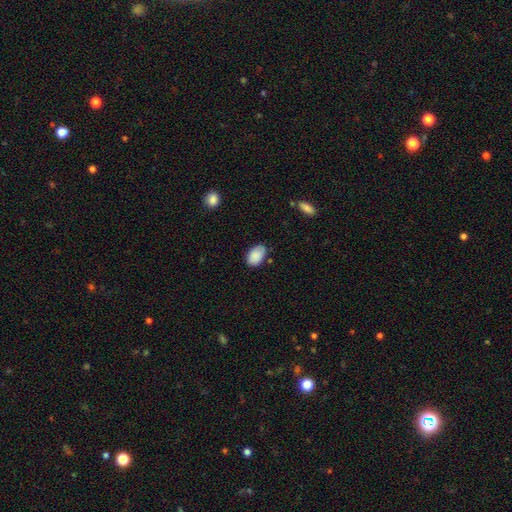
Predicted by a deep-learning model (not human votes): smooth 89%, star or artifact 7%, featured or disk 5%. Down the decision tree: how rounded — in between (90%); merging — none (74%).